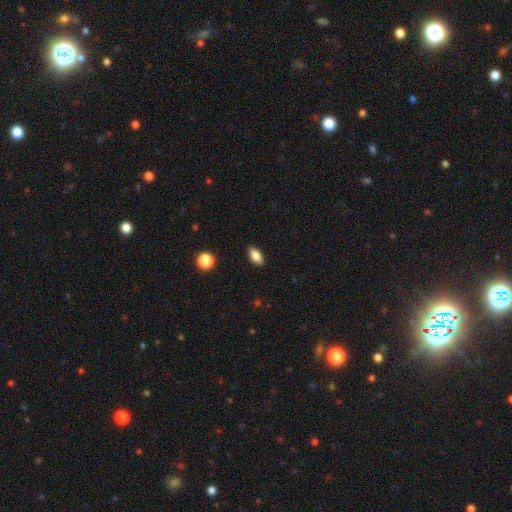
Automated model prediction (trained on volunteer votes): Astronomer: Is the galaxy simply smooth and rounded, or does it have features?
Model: smooth — 83%.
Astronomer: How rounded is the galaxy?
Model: in between — 88%.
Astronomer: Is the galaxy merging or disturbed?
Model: none — 88%.